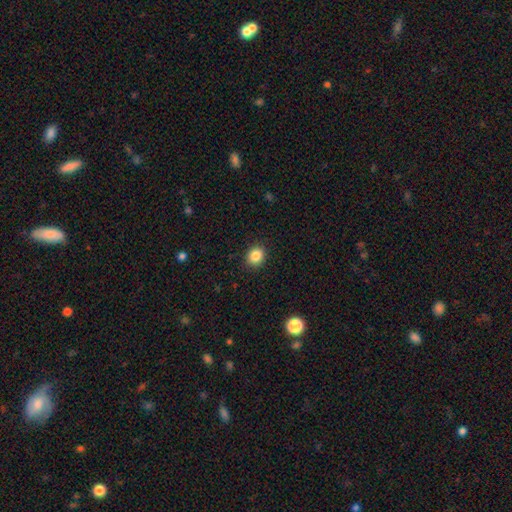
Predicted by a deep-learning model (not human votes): This appears to be a smooth galaxy with no disk features (86%) that is round (67%). Merging: none (90%).